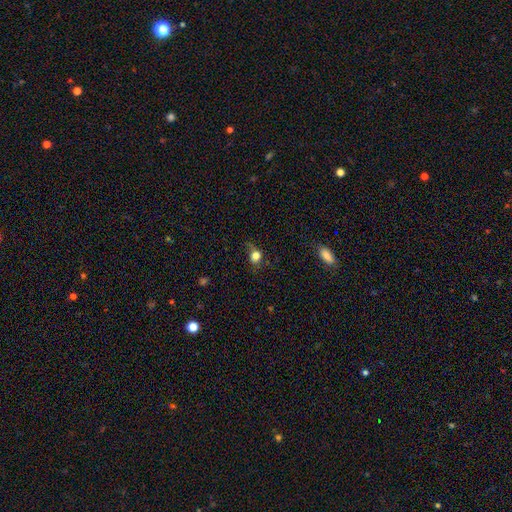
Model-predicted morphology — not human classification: Overall: smooth (77%). How rounded: round (65%; in between 34%). Merging: none (50%; minor disturbance 27%).